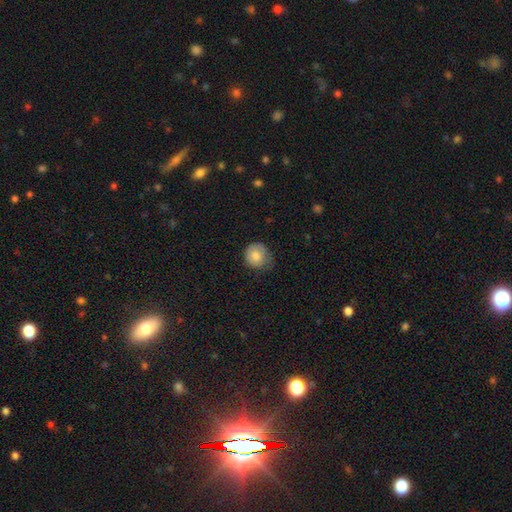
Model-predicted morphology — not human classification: The model was most divided on "merging": none: 53%, minor disturbance: 34%, major disturbance: 11%, merger: 1%. More confident: how rounded — round (83%); smooth or featured — smooth (79%).